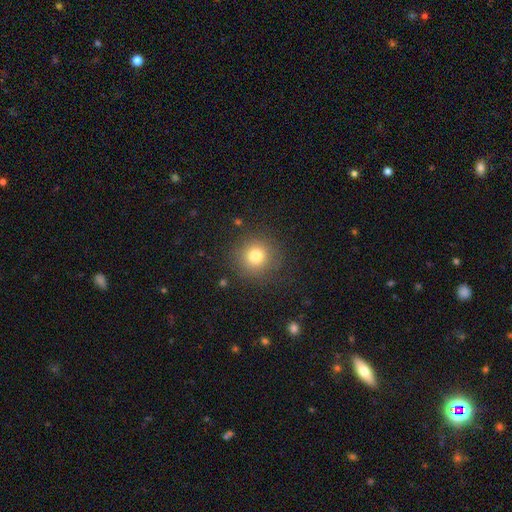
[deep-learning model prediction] This is likely a smooth galaxy (78%). How rounded: clearly round (92%). Merging: clearly none (85%).